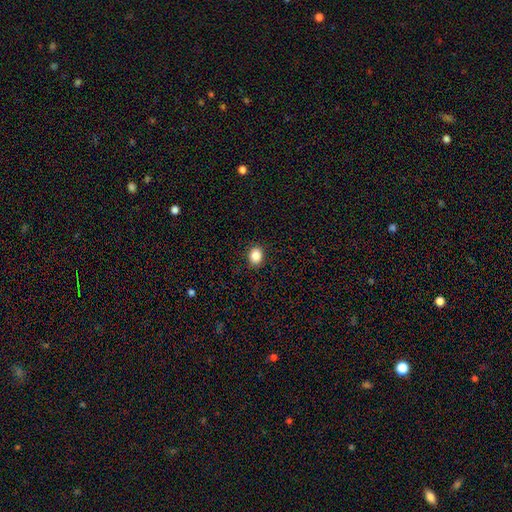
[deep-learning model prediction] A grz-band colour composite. It shows a smooth galaxy with no disk features (86%) that is round (56%). Merging: none (90%).